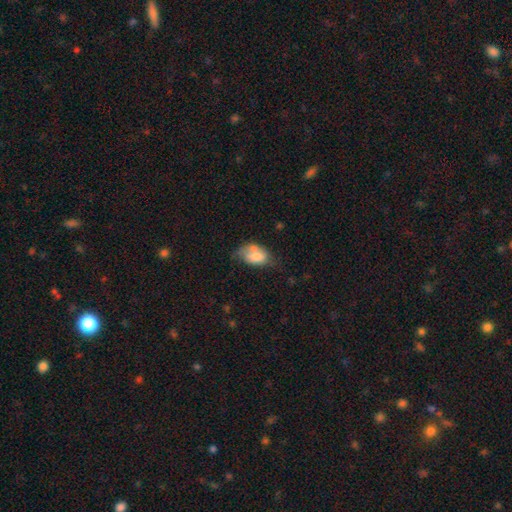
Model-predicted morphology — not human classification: Smooth or featured? Predicted: smooth (p=0.70). How rounded? Predicted: in between (p=0.88). Merging? Predicted: minor disturbance (p=0.35).